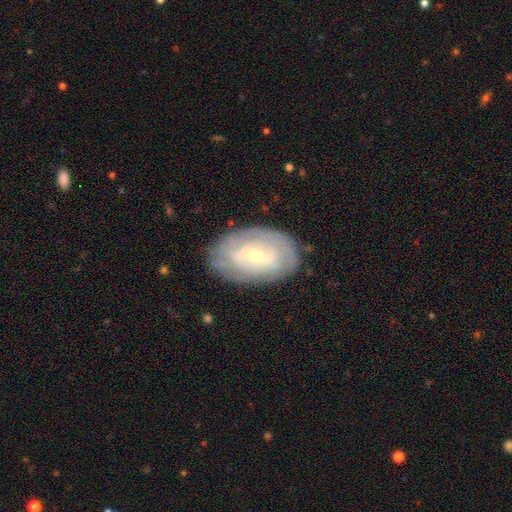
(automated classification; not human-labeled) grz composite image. It shows a featured or disk galaxy (75%) with a weak bar (49%), tight (72%) spiral arms (79%) and a small central bulge (58%). Merging: none (79%).